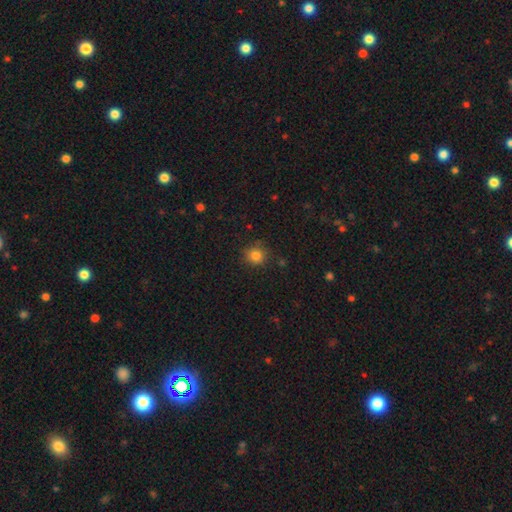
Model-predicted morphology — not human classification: The model was most divided on "smooth or featured": smooth: 82%, star or artifact: 12%, featured or disk: 5%. More confident: how rounded — round (90%); merging — none (84%).